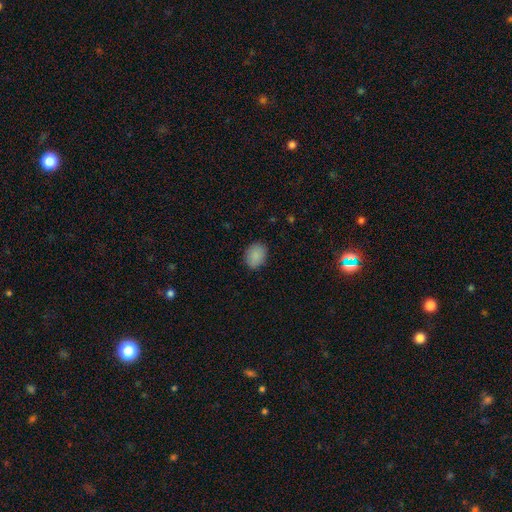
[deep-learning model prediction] Smooth or featured: smooth — 88% (star or artifact — 8%)
How rounded: in between — 61% (round — 38%)
Merging: none — 83% (minor disturbance — 13%)